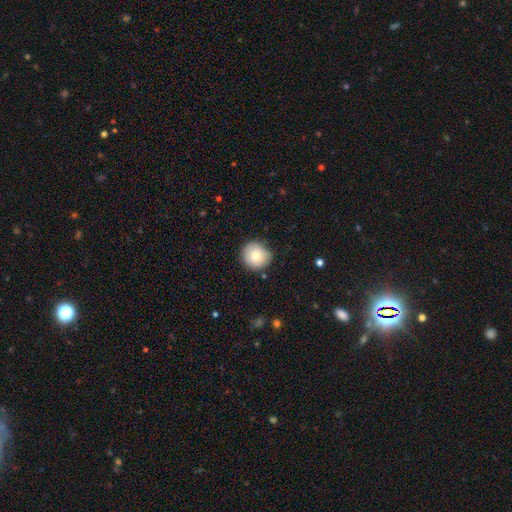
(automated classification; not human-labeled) This is likely a smooth galaxy (79%). How rounded: clearly round (92%). Merging: clearly none (83%).